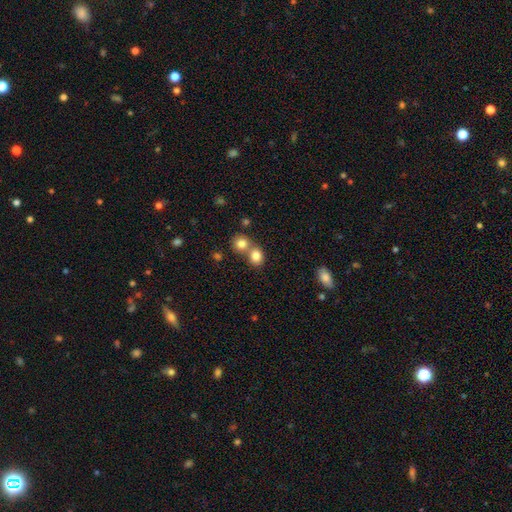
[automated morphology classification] smooth_or_featured: smooth (p=0.83) [alt: star or artifact p=0.10]
how_rounded: round (p=0.69) [alt: in between p=0.30]
merging: merger (p=0.45) [tied with: none p=0.45]